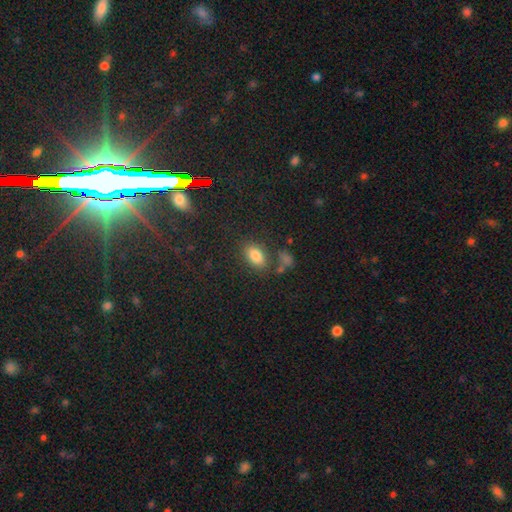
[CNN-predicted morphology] This appears to be a smooth galaxy with no disk features (82%) that is in between round and cigar-shaped (88%). Merging: none (74%).